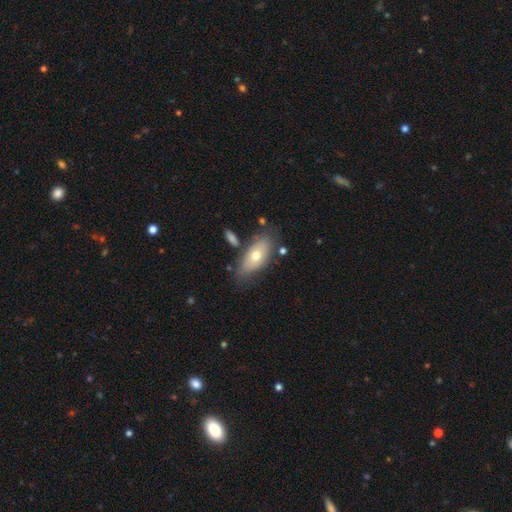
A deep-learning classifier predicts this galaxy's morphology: Q: Smooth or featured?
A: smooth (62%); runner-up: featured or disk (31%)
Q: How rounded?
A: in between (87%); runner-up: cigar-shaped (8%)
Q: Merging?
A: none (68%); runner-up: minor disturbance (19%)